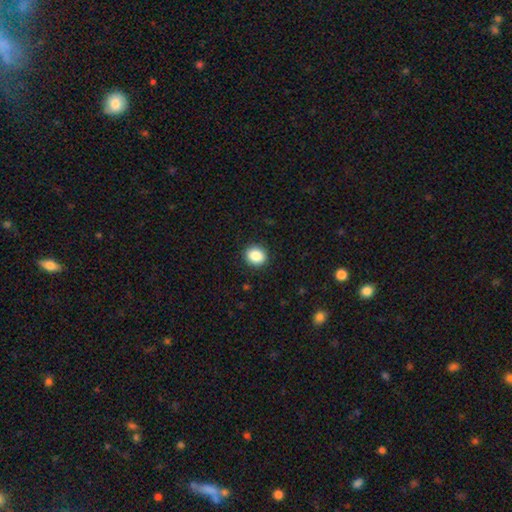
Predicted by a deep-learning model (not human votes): The model was most divided on "how rounded": round: 71%, in between: 28%, cigar-shaped: 1%. More confident: merging — none (91%); smooth or featured — smooth (87%).